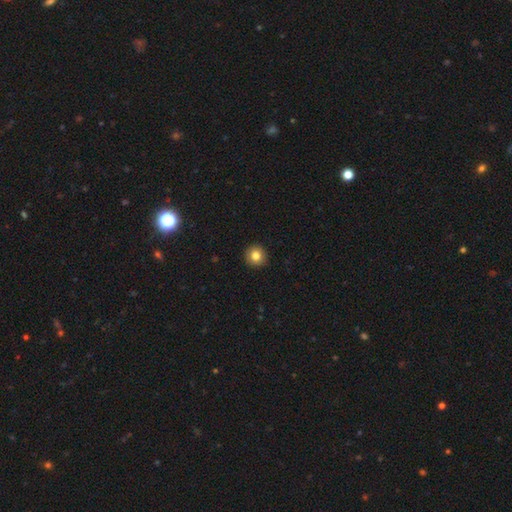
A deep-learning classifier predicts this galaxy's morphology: The model was most divided on "smooth or featured": smooth: 82%, star or artifact: 10%, featured or disk: 8%. More confident: how rounded — round (94%); merging — none (93%).